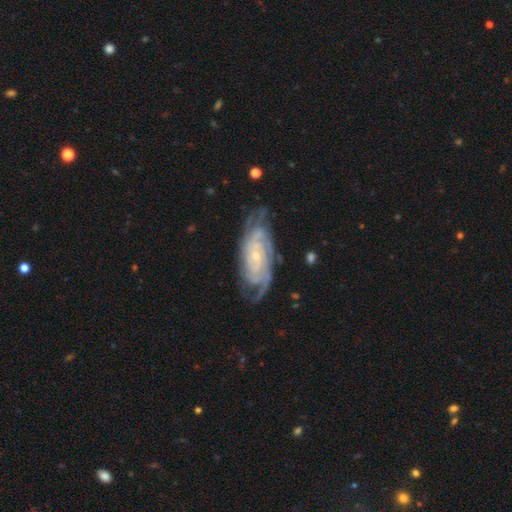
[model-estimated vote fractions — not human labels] Morphology: type=featured or disk (87%); edge-on=no (93%); bar=no (68%); spiral arms=yes (97%); winding=tight (69%); arm count=can't tell (32%); bulge=small (79%); merging=none (72%).